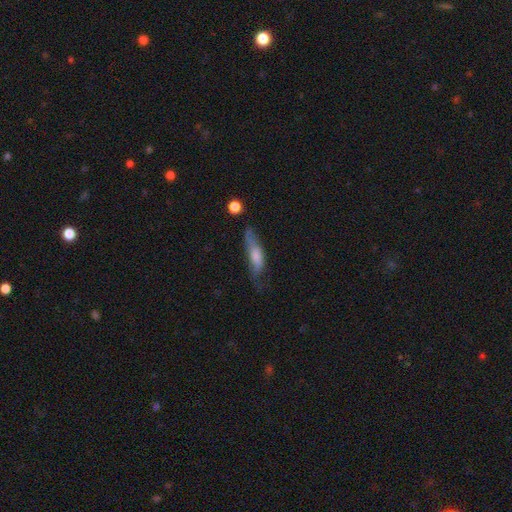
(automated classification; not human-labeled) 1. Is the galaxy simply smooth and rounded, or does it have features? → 57% smooth, 35% featured or disk, 8% star or artifact.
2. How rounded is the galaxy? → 57% cigar-shaped, 40% in between, 3% round.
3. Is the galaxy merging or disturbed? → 45% none, 32% minor disturbance, 19% major disturbance, 4% merger.